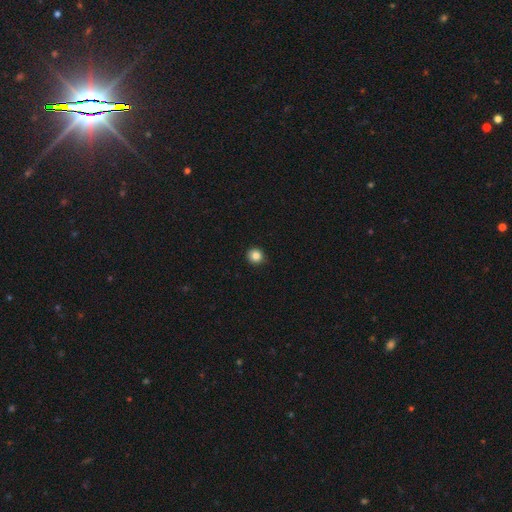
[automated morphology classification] The model was most divided on "smooth or featured": smooth: 85%, star or artifact: 11%, featured or disk: 5%. More confident: how rounded — round (93%); merging — none (91%).